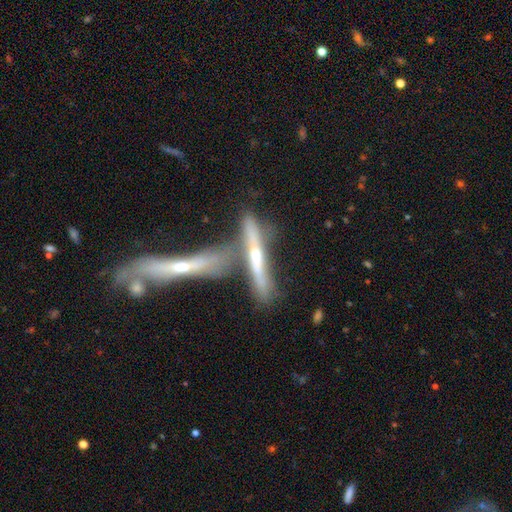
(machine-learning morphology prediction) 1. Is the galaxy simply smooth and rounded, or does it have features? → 68% featured or disk, 23% smooth, 8% star or artifact.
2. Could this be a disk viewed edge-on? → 90% yes, 10% no.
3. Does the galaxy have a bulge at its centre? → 75% rounded, 20% none, 5% boxy.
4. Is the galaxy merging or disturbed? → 50% none, 34% merger, 11% minor disturbance, 5% major disturbance.